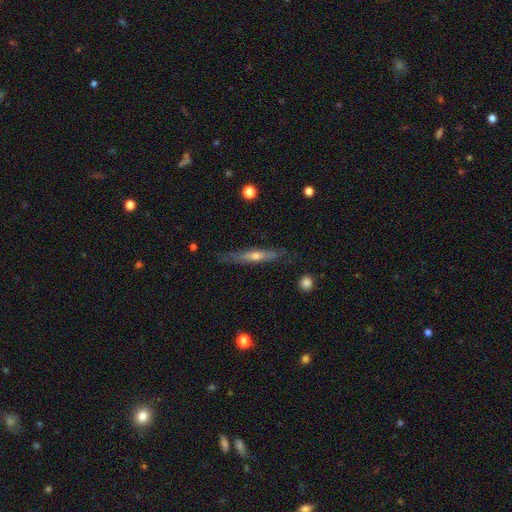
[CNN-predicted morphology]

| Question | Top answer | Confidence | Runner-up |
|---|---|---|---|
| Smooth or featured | featured or disk | 61% | smooth (32%) |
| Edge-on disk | yes | 91% | no (9%) |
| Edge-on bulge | rounded | 71% | none (25%) |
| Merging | none | 79% | minor disturbance (16%) |